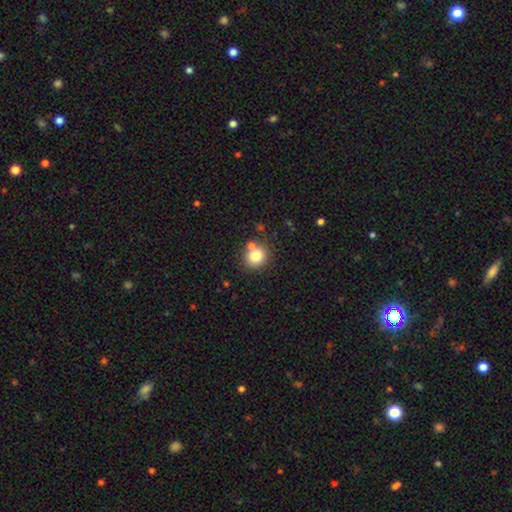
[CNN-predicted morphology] Q: Smooth or featured?
A: smooth (79%); runner-up: star or artifact (12%)
Q: How rounded?
A: round (79%); runner-up: in between (20%)
Q: Merging?
A: none (73%); runner-up: merger (15%)